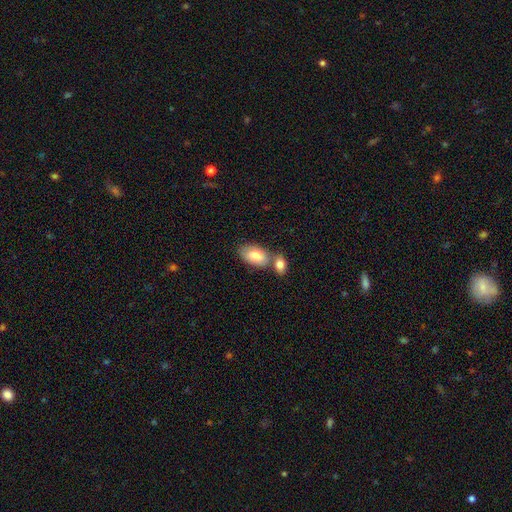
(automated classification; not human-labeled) Smooth or featured? smooth (81%)
How rounded? in between (93%)
Merging? none (44%)